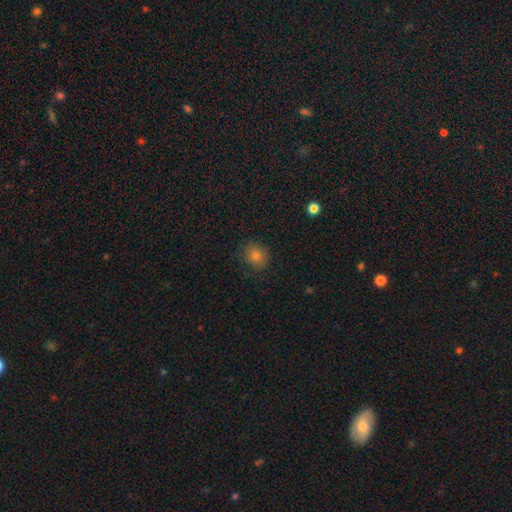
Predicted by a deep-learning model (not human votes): smooth_or_featured: smooth (p=0.78) [alt: star or artifact p=0.14]
how_rounded: round (p=0.76) [alt: in between p=0.24]
merging: none (p=0.83) [alt: minor disturbance p=0.13]